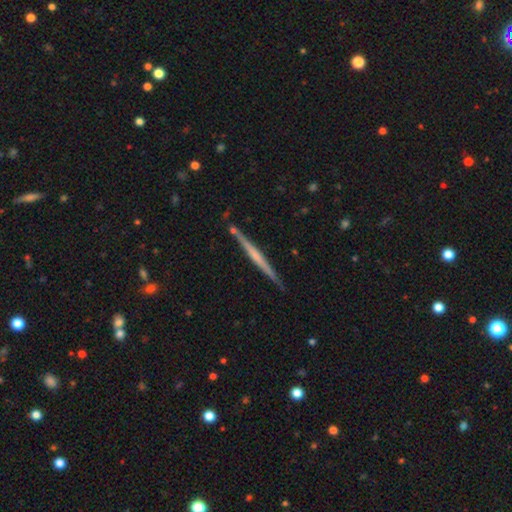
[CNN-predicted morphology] Smooth or featured? featured or disk (66%)
Edge-on disk? yes (98%)
Edge-on bulge? none (61%)
Merging? none (87%)